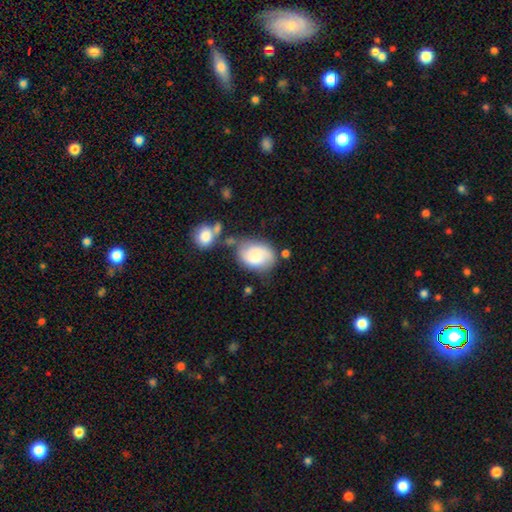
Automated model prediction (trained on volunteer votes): The model was most divided on "smooth or featured": smooth: 56%, featured or disk: 36%, star or artifact: 8%. Remaining: how rounded — in between (72%); merging — none (50%).